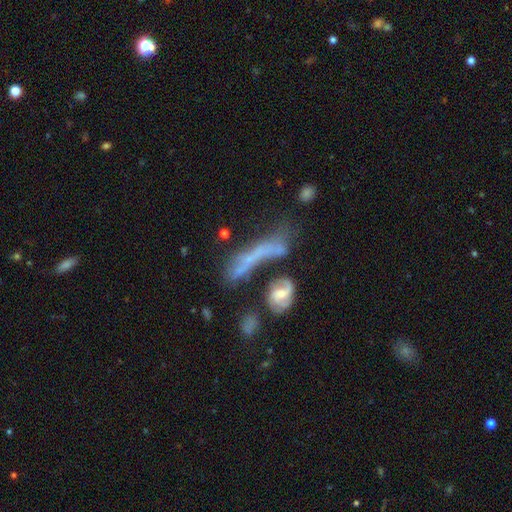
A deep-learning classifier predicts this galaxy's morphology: The model was most divided on "smooth or featured": featured or disk: 42%, smooth: 41%, star or artifact: 18%. Remaining: merging — merger (32%).